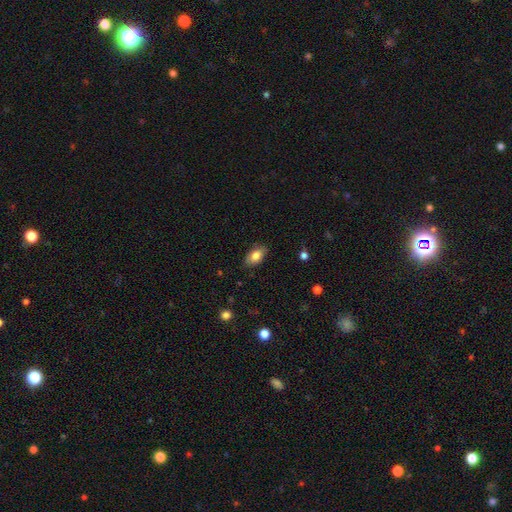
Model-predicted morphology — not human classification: Q: Smooth or featured?
A: smooth (81%); runner-up: featured or disk (11%)
Q: How rounded?
A: in between (91%); runner-up: round (7%)
Q: Merging?
A: none (84%); runner-up: minor disturbance (13%)